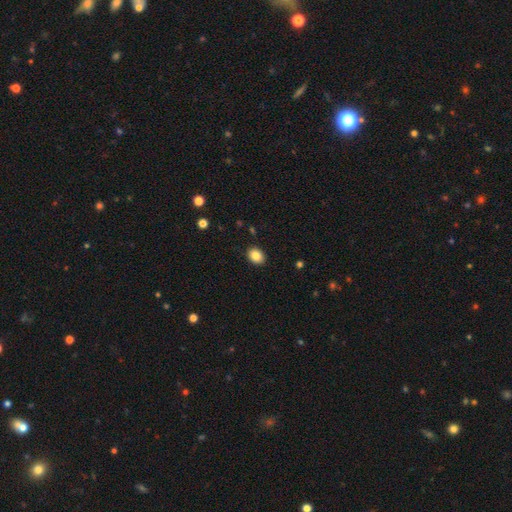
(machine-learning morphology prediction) A smooth galaxy with no disk features (86%) that is in between round and cigar-shaped (58%). Merging: none (90%).